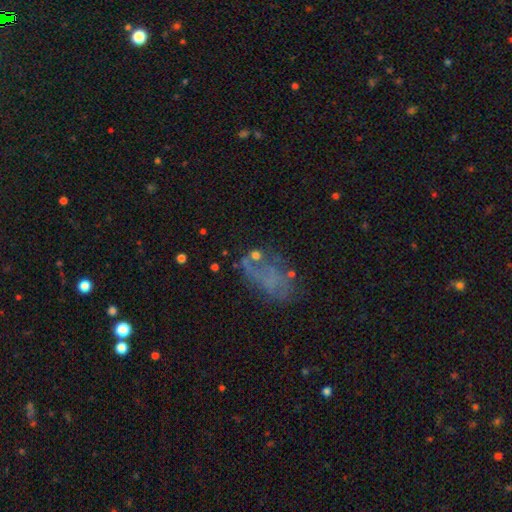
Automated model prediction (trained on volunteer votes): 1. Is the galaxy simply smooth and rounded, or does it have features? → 40% featured or disk (tied), 40% smooth (tied), 20% star or artifact.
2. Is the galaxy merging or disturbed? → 42% none, 28% major disturbance, 19% minor disturbance, 11% merger.